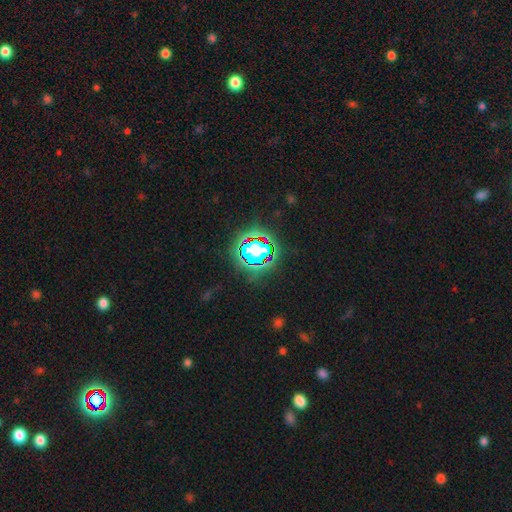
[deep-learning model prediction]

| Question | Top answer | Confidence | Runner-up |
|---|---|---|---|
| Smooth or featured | star or artifact | 80% | smooth (13%) |